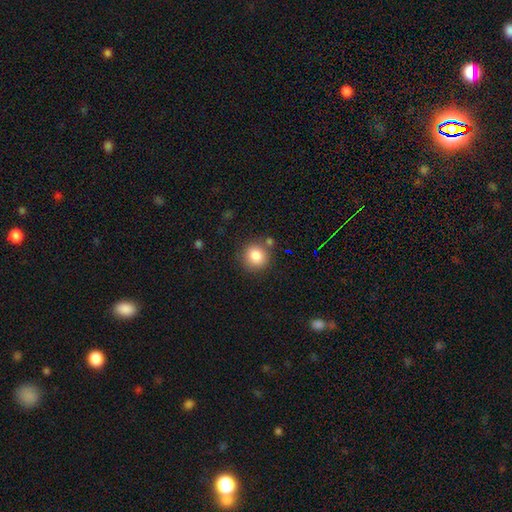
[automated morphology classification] The model was most divided on "merging": none: 78%, minor disturbance: 11%, merger: 8%, major disturbance: 4%. More confident: how rounded — round (89%); smooth or featured — smooth (85%).